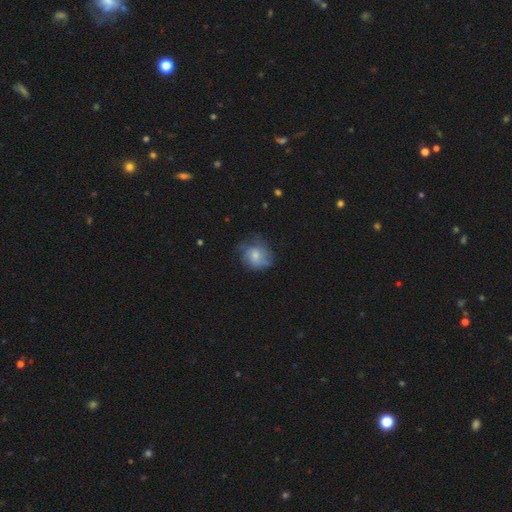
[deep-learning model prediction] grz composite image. It shows a smooth galaxy with no disk features (62%) that is round (66%). Merging: none (54%).